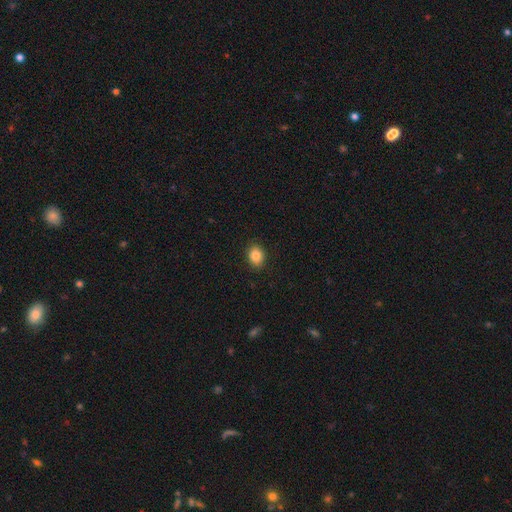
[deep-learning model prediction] smooth-or-featured: smooth: 86% | star or artifact: 9% | featured or disk: 5%
  how-rounded: in between: 53% | round: 46% | cigar-shaped: 1%
  merging: none: 89% | minor disturbance: 8% | major disturbance: 2% | merger: 1%